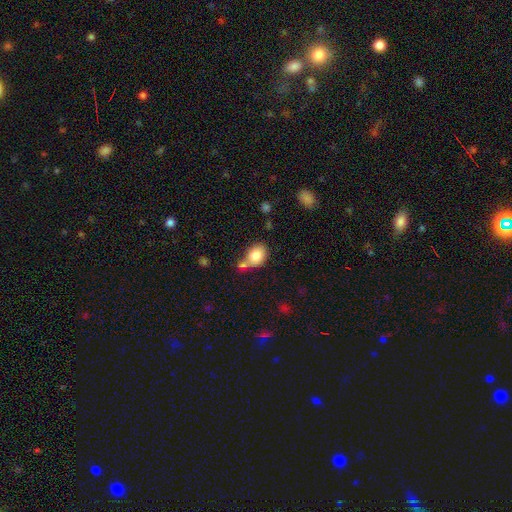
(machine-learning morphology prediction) Overall: smooth (81%). How rounded: in between (69%; round 29%). Merging: none (50%; merger 25%).